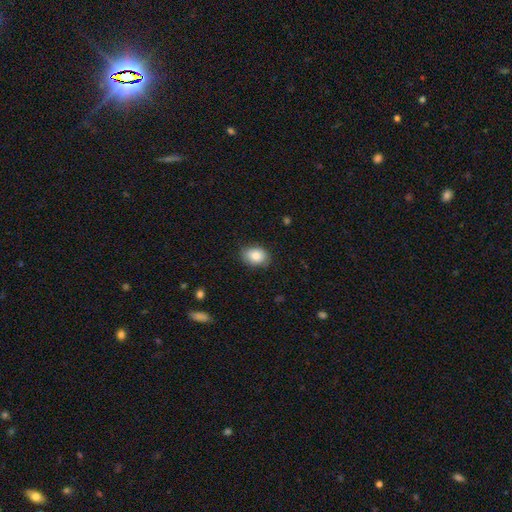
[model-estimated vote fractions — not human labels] Smooth or featured? smooth (83%)
How rounded? in between (70%)
Merging? none (80%)